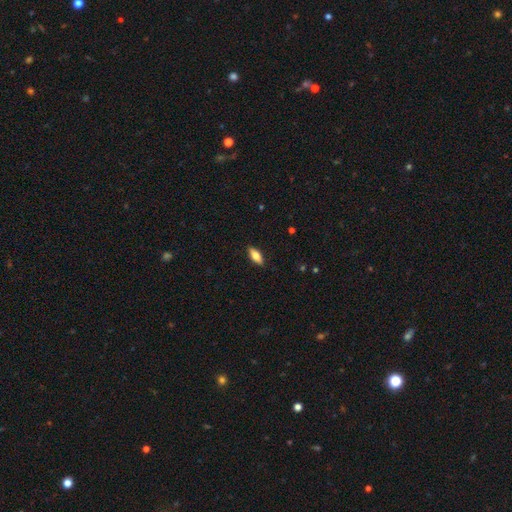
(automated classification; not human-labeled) This appears to be a smooth galaxy with no disk features (74%) that is in between round and cigar-shaped (79%). Merging: none (88%).